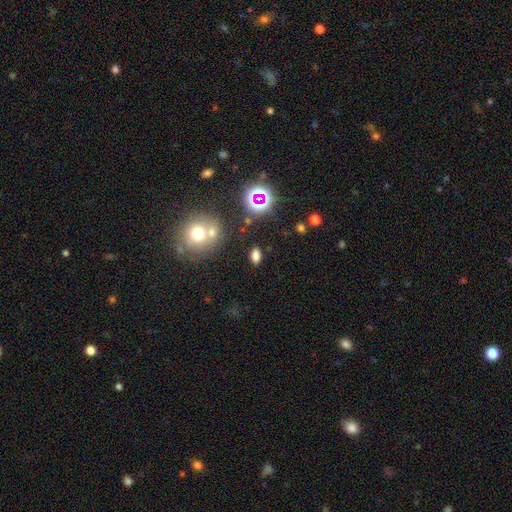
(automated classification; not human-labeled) smooth 71%, star or artifact 21%, featured or disk 8%. Down the decision tree: how rounded — in between (85%); merging — none (82%).